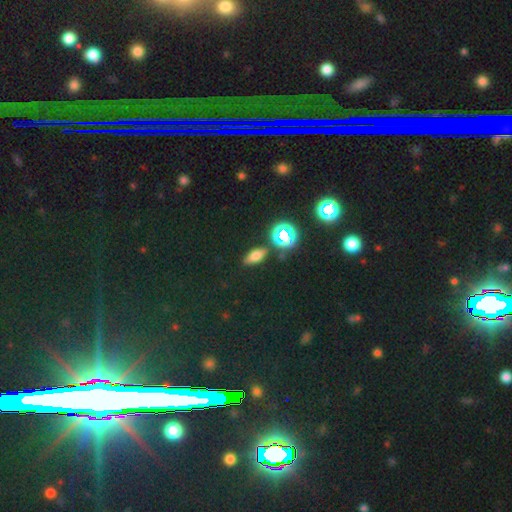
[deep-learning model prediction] The model was most divided on "smooth or featured": smooth: 54%, star or artifact: 28%, featured or disk: 18%. More confident: merging — none (84%); how rounded — in between (62%).